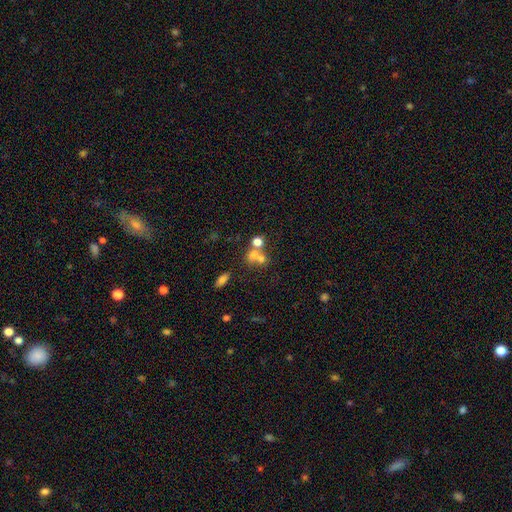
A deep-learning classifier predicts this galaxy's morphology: Overall: smooth (63%). How rounded: round (72%). Merging: merger (57%; none 31%).